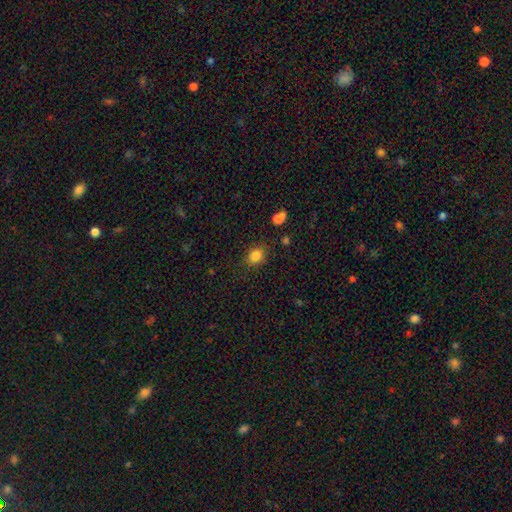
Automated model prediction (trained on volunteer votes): This appears to be a smooth galaxy with no disk features (84%) that is round (61%). Merging: none (79%).